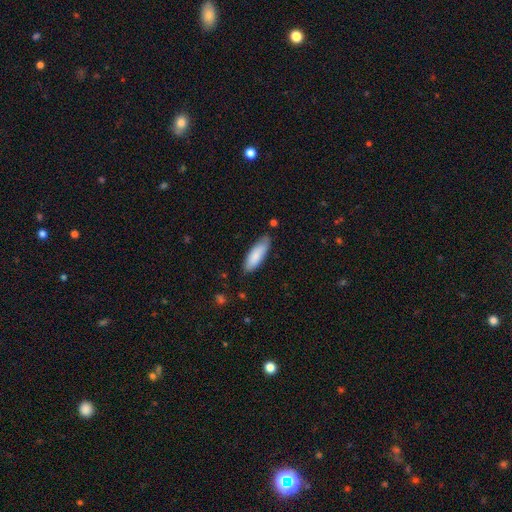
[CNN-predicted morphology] Smooth or featured: smooth — 85% (featured or disk — 9%)
How rounded: in between — 57% (cigar-shaped — 42%)
Merging: none — 79% (minor disturbance — 17%)